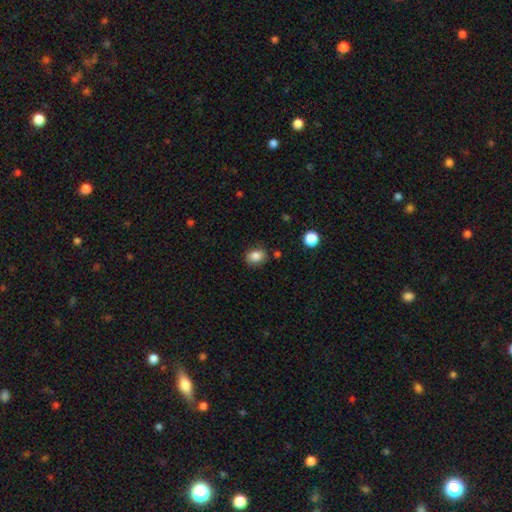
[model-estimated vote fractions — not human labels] Smooth or featured? smooth (84%)
How rounded? in between (62%)
Merging? none (80%)